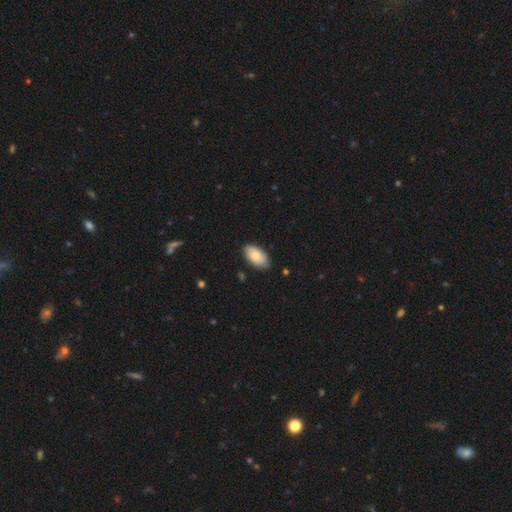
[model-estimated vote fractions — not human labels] Morphology: type=smooth (79%); roundness=in between (95%); merging=none (81%).